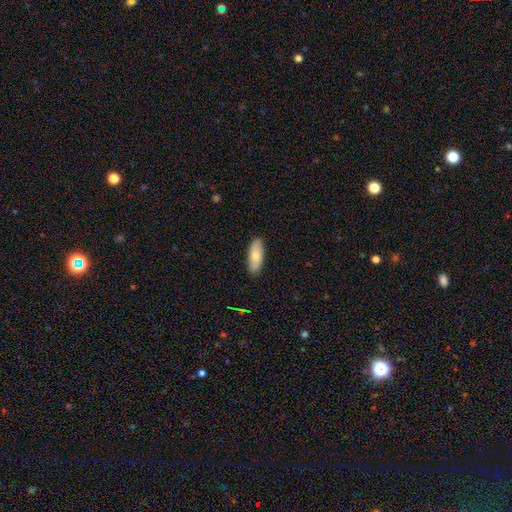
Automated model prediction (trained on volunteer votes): The model was most divided on "smooth or featured": smooth: 73%, featured or disk: 21%, star or artifact: 6%. More confident: merging — none (87%); how rounded — in between (77%).